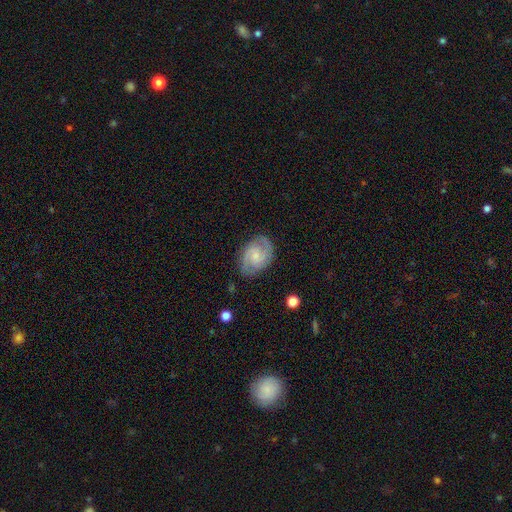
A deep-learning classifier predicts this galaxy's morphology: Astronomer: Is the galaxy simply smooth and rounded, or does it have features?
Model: featured or disk — 79%.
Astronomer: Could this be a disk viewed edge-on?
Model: no — 97%.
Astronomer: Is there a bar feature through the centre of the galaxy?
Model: no — 49% (runner-up: weak, 45%).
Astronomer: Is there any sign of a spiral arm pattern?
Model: yes — 96%.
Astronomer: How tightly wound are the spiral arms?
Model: medium — 51% (runner-up: tight, 37%).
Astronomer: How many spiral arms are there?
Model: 2 — 83%.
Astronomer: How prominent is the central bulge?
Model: small — 59%.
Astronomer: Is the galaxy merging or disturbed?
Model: none — 80%.